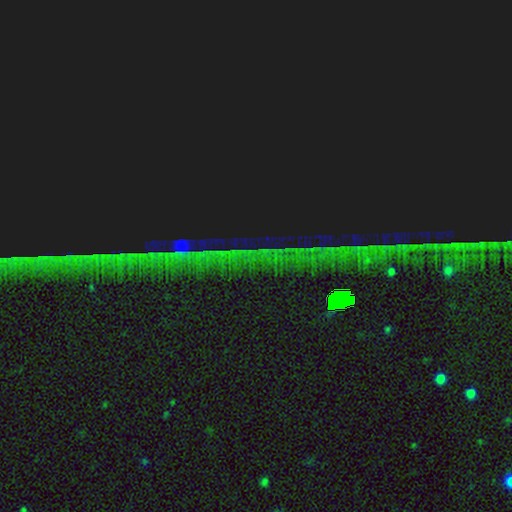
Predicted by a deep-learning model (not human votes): Smooth or featured? star or artifact (86%)